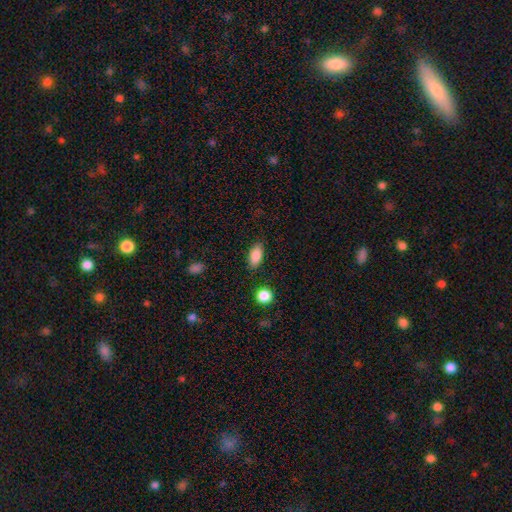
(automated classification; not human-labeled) This appears to be a smooth galaxy with no disk features (86%) that is in between round and cigar-shaped (88%). Merging: none (84%).